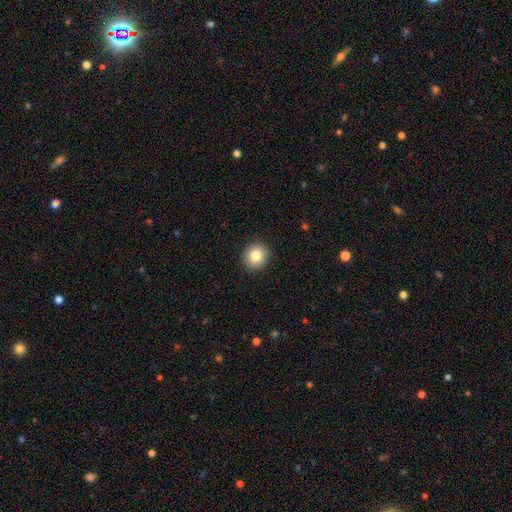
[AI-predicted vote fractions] The model was most divided on "how rounded": round: 82%, in between: 17%, cigar-shaped: 1%. More confident: merging — none (92%); smooth or featured — smooth (84%).